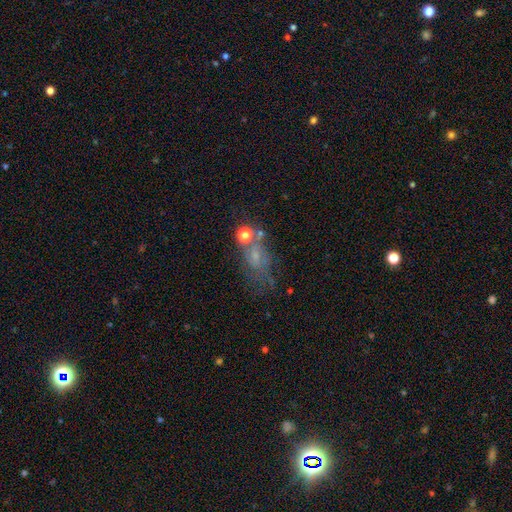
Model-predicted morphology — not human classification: A smooth galaxy with no disk features (38%). Merging: none (44%).